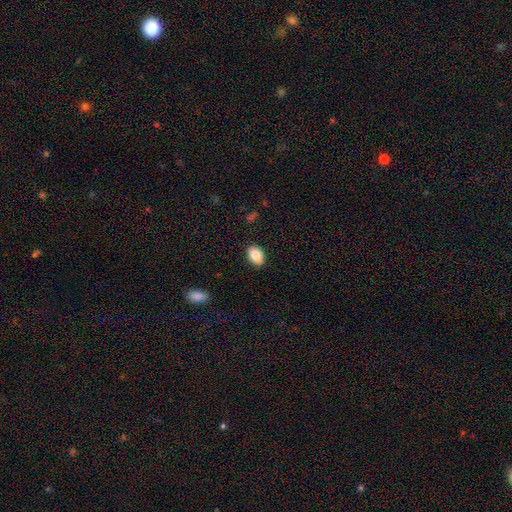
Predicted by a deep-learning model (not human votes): Q: Smooth or featured?
A: smooth (84%); runner-up: featured or disk (8%)
Q: How rounded?
A: in between (86%); runner-up: round (13%)
Q: Merging?
A: none (88%); runner-up: minor disturbance (9%)